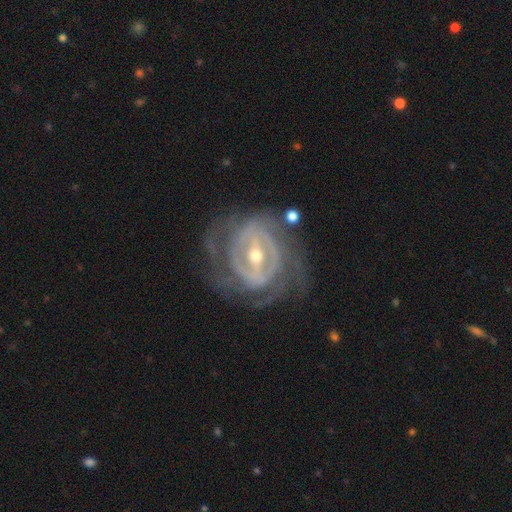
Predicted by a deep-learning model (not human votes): A featured or disk galaxy (90%) with a strong bar (59%), tight (68%) spiral arms (91%) and a moderate central bulge (51%). Merging: none (68%).